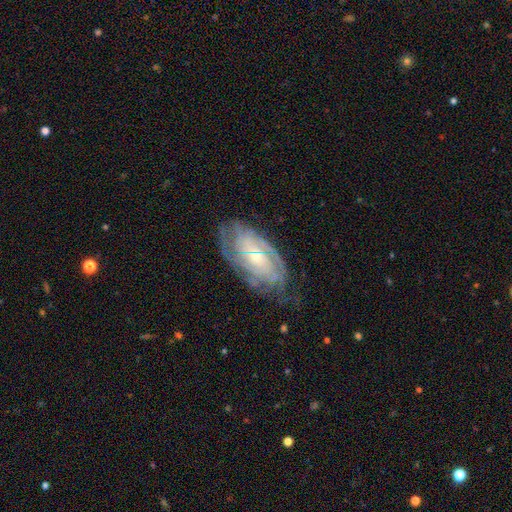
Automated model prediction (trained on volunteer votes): Smooth or featured? featured or disk (80%)
Edge-on disk? no (94%)
Bar? no (70%)
Spiral arms? yes (91%)
Spiral winding? tight (72%)
Spiral arm count? can't tell (48%)
Bulge size? small (73%)
Merging? none (66%)